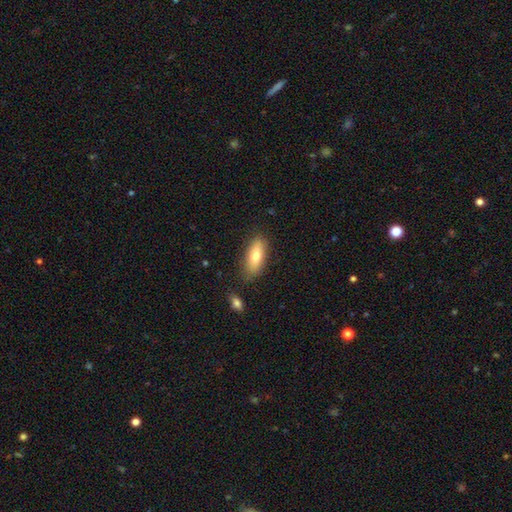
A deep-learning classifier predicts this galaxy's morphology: This is likely a smooth galaxy (76%). How rounded: likely in between (72%). Merging: clearly none (81%).